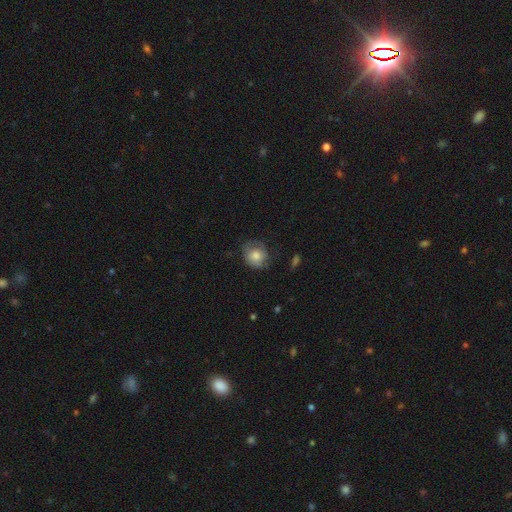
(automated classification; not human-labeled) Smooth or featured: smooth — 67% (featured or disk — 25%)
How rounded: round — 70% (in between — 29%)
Merging: none — 61% (minor disturbance — 27%)